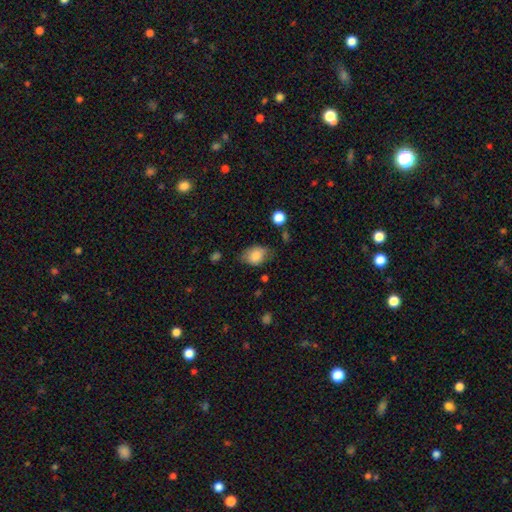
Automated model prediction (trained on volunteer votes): smooth_or_featured: smooth (p=0.82) [alt: featured or disk p=0.10]
how_rounded: in between (p=0.74) [alt: round p=0.24]
merging: none (p=0.62) [alt: minor disturbance p=0.28]